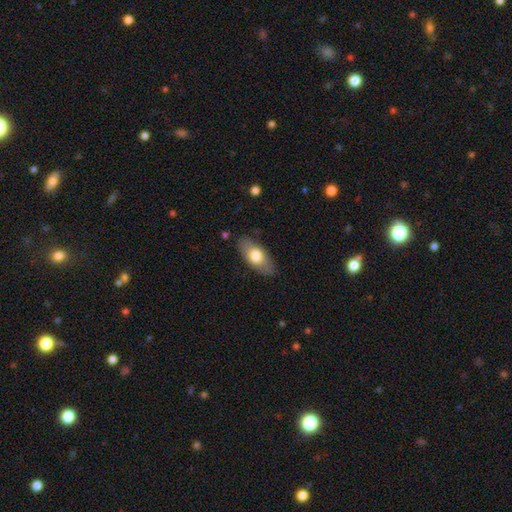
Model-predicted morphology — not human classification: This appears to be a smooth galaxy with no disk features (70%) that is in between round and cigar-shaped (88%). Merging: none (84%).